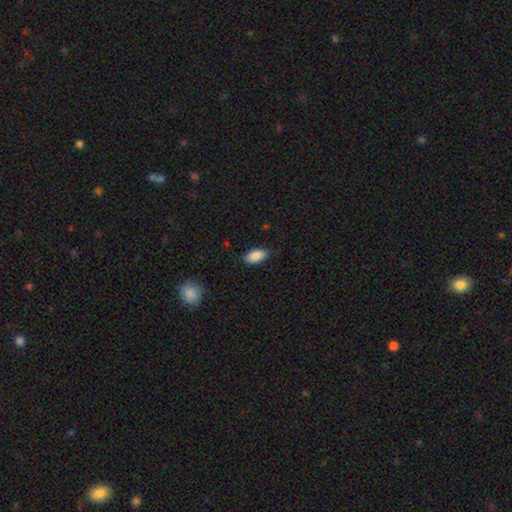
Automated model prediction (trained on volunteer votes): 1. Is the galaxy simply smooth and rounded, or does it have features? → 88% smooth, 7% star or artifact, 4% featured or disk.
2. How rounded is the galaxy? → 93% in between, 4% cigar-shaped, 3% round.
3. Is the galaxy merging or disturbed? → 82% none, 15% minor disturbance, 3% major disturbance, 1% merger.